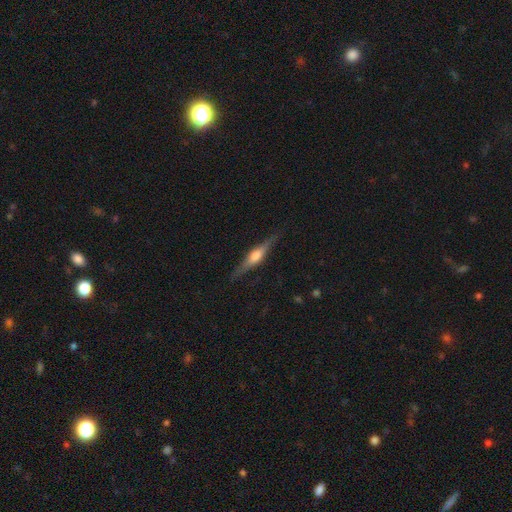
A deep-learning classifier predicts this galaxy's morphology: This appears to be a featured or disk galaxy (71%) viewed edge-on (97%) with a rounded central bulge (87%). Merging: none (87%).